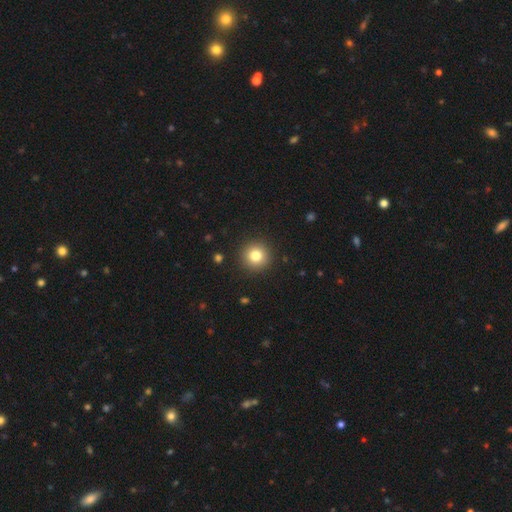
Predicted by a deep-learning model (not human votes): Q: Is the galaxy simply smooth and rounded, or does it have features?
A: smooth — 80%.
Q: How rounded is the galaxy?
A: round — 95%.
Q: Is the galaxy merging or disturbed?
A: none — 92%.